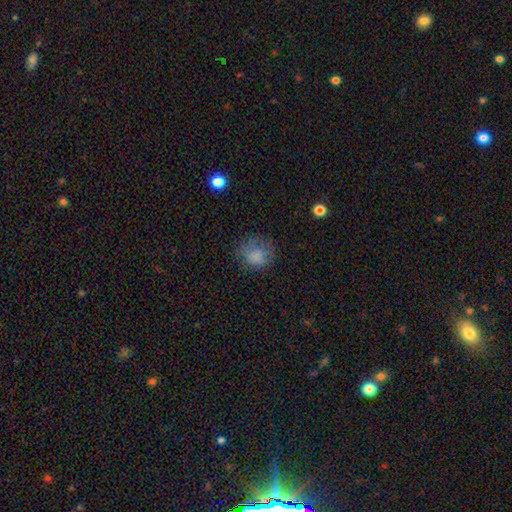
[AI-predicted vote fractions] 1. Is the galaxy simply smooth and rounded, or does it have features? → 76% smooth, 12% star or artifact, 11% featured or disk.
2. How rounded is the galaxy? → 76% round, 23% in between, 1% cigar-shaped.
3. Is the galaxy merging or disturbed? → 64% none, 21% minor disturbance, 13% major disturbance, 2% merger.